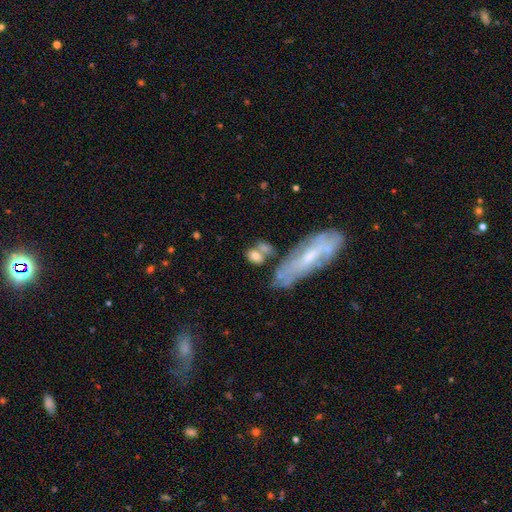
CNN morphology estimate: smooth-or-featured: smooth: 69% | featured or disk: 22% | star or artifact: 9%
  how-rounded: in between: 66% | round: 24% | cigar-shaped: 9%
  merging: none: 43% | merger: 30% | minor disturbance: 17% | major disturbance: 10%